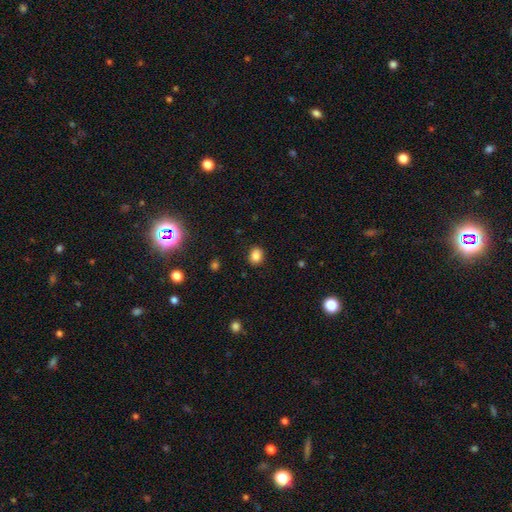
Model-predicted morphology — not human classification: Smooth or featured: smooth — 84% (star or artifact — 11%)
How rounded: round — 61% (in between — 38%)
Merging: none — 88% (minor disturbance — 9%)